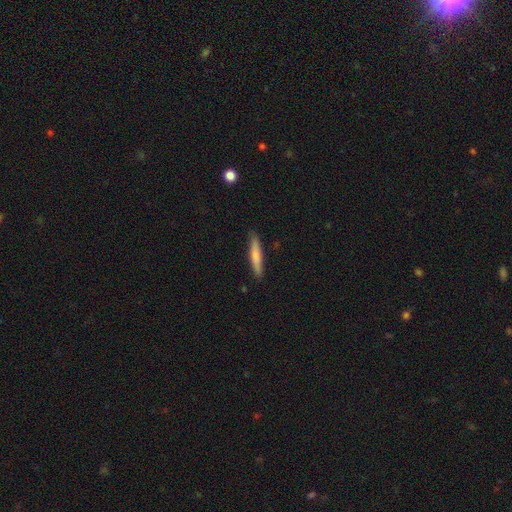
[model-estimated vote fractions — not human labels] The model was most divided on "smooth or featured": smooth: 71%, featured or disk: 23%, star or artifact: 5%. More confident: how rounded — cigar-shaped (91%); merging — none (88%).